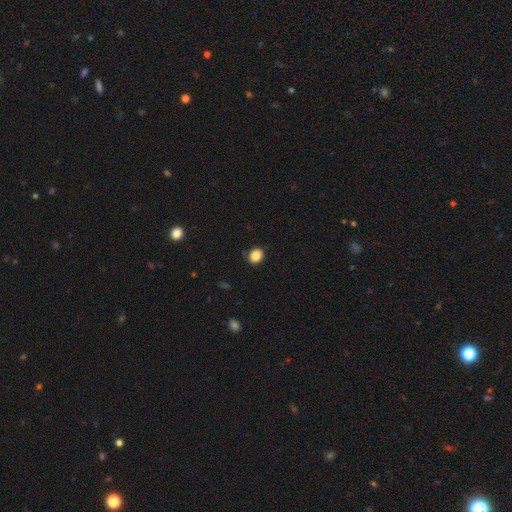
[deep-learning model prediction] This appears to be a smooth galaxy with no disk features (86%) that is round (71%). Merging: none (88%).